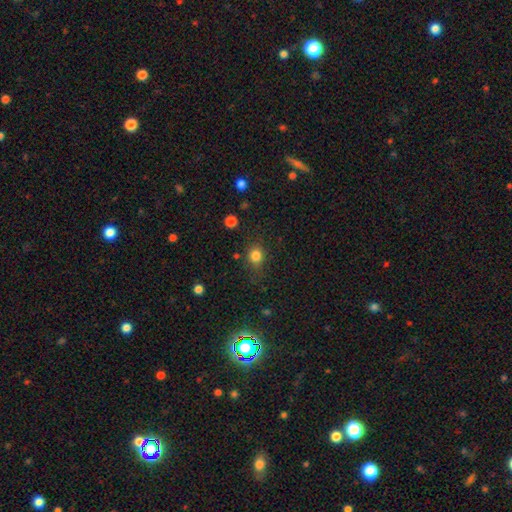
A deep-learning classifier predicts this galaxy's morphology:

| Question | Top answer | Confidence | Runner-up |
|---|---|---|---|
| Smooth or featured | smooth | 82% | star or artifact (13%) |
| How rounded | round | 74% | in between (25%) |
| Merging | none | 77% | minor disturbance (15%) |